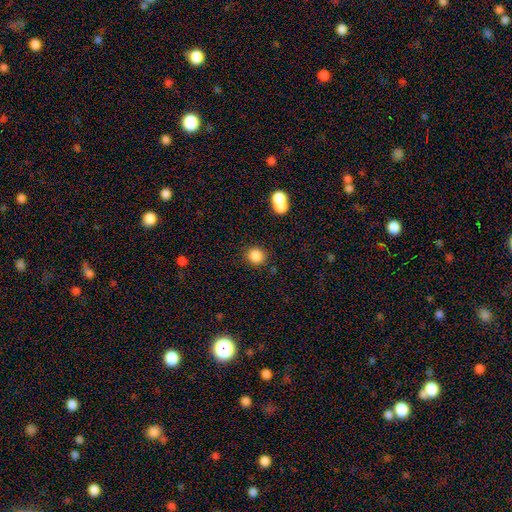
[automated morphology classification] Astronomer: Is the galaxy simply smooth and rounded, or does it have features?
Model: smooth — 85%.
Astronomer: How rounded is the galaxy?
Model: round — 86%.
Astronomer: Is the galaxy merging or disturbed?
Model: none — 82%.